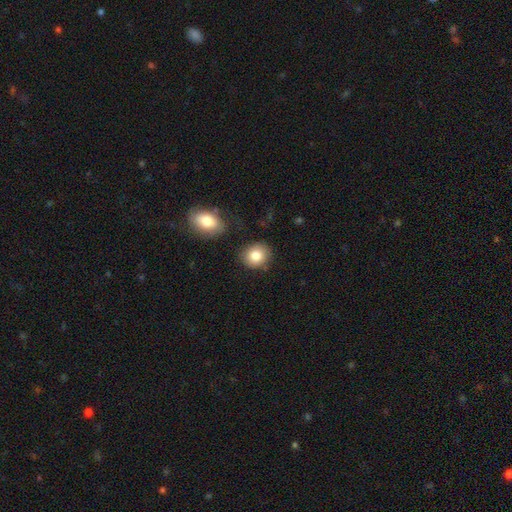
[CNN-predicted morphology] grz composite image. It shows a smooth galaxy with no disk features (83%) that is round (71%). Merging: none (81%).